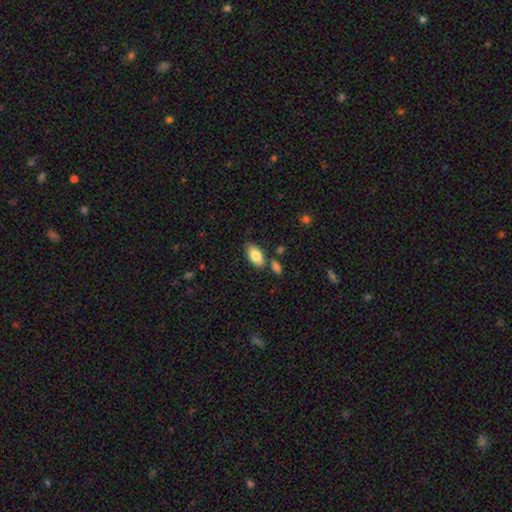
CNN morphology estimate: Overall: smooth (82%). How rounded: in between (93%). Merging: none (74%).